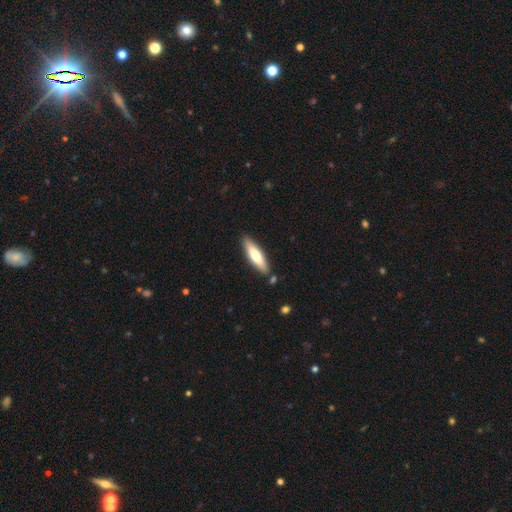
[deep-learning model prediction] Morphology: type=smooth (68%); roundness=cigar-shaped (67%); merging=none (85%).